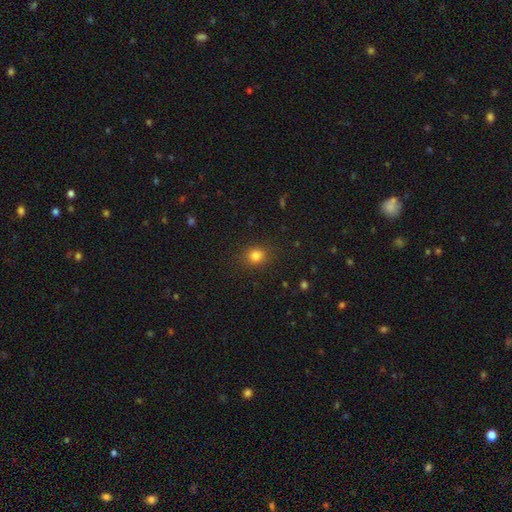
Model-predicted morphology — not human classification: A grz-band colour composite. It shows a smooth galaxy with no disk features (82%) that is round (76%). Merging: none (88%).